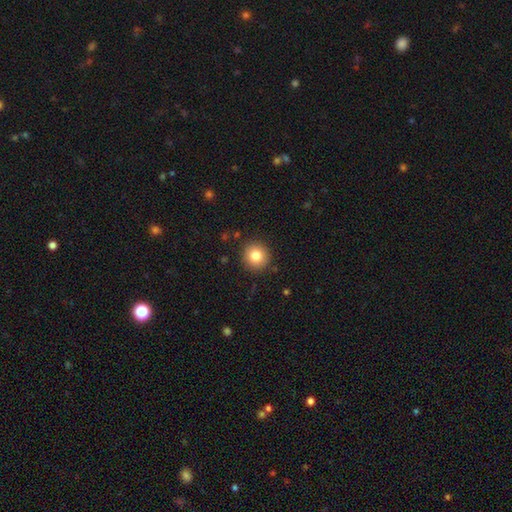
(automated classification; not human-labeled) Overall: smooth (82%). How rounded: round (93%). Merging: none (90%).